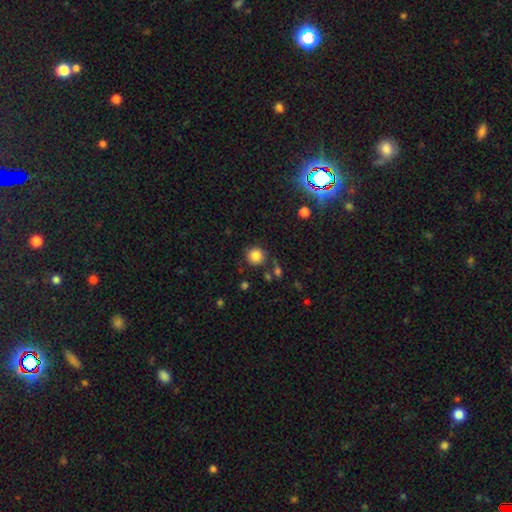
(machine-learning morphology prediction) A smooth galaxy with no disk features (85%) that is round (92%). Merging: none (81%).